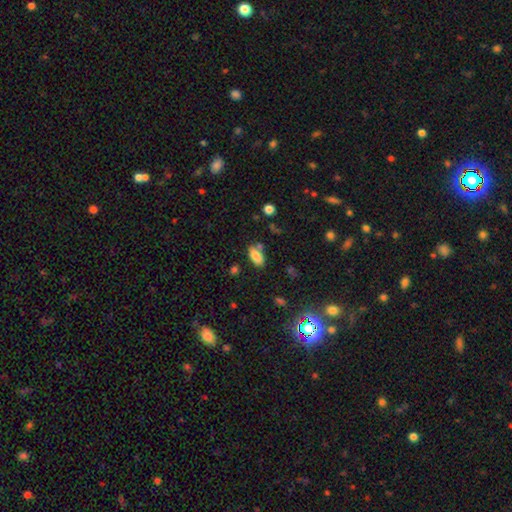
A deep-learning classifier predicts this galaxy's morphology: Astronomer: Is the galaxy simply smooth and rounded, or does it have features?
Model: smooth — 83%.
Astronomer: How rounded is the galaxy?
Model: in between — 90%.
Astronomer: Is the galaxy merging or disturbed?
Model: none — 67%.